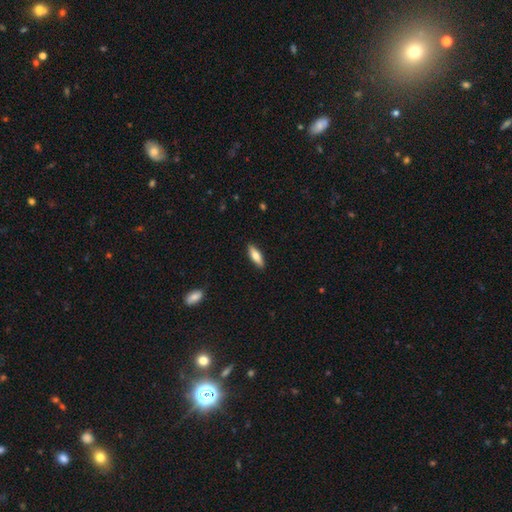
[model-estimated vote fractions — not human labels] Smooth or featured? smooth (70%)
How rounded? cigar-shaped (49%, tied with in between)
Merging? none (90%)